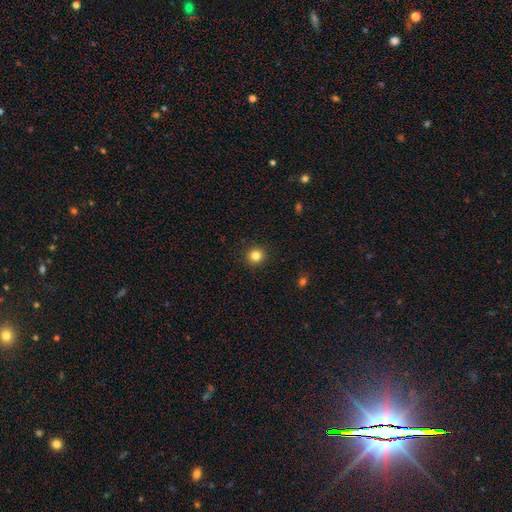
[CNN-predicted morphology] A smooth galaxy with no disk features (83%) that is round (93%).

Vote fractions:
- Smooth or featured? smooth: 83% / star or artifact: 12% / featured or disk: 5%
- How rounded? round: 93% / in between: 6% / cigar-shaped: 1%
- Merging? none: 92% / minor disturbance: 5% / major disturbance: 2% / merger: 1%